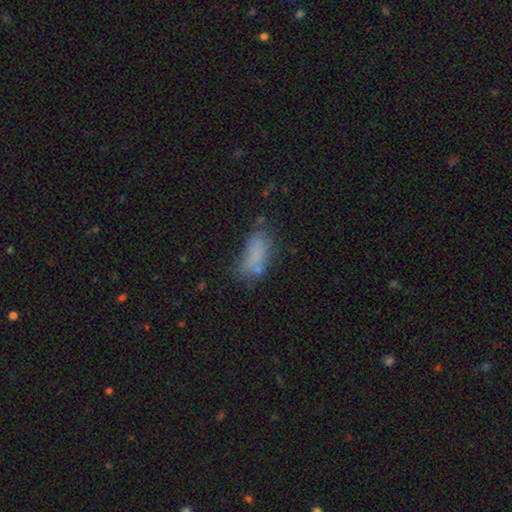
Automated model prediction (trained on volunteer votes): This appears to be a smooth galaxy with no disk features (72%) that is in between round and cigar-shaped (80%). Merging: none (45%).